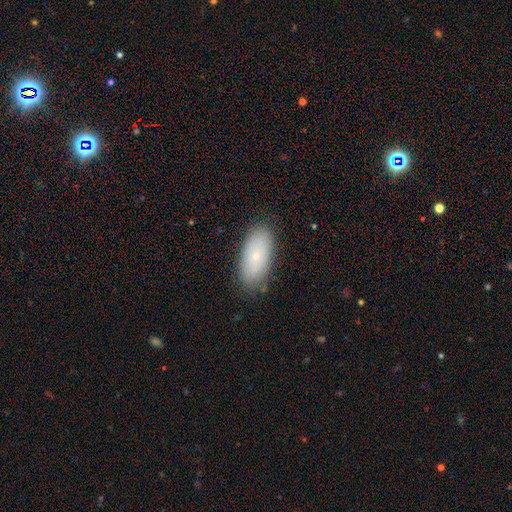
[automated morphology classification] smooth-or-featured: smooth: 74% | featured or disk: 18% | star or artifact: 8%
  how-rounded: in between: 91% | cigar-shaped: 7% | round: 3%
  merging: none: 84% | minor disturbance: 12% | major disturbance: 3% | merger: 1%